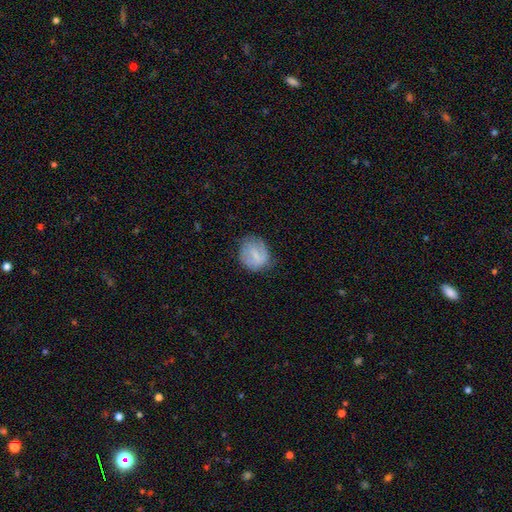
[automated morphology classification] Smooth or featured? smooth (56%)
How rounded? round (64%)
Merging? none (65%)